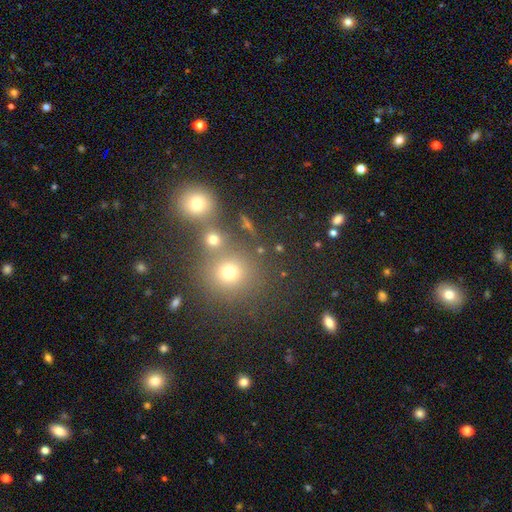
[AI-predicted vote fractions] smooth-or-featured: smooth: 56% | star or artifact: 34% | featured or disk: 10%
  how-rounded: round: 89% | in between: 10% | cigar-shaped: 1%
  merging: none: 71% | merger: 18% | minor disturbance: 8% | major disturbance: 4%